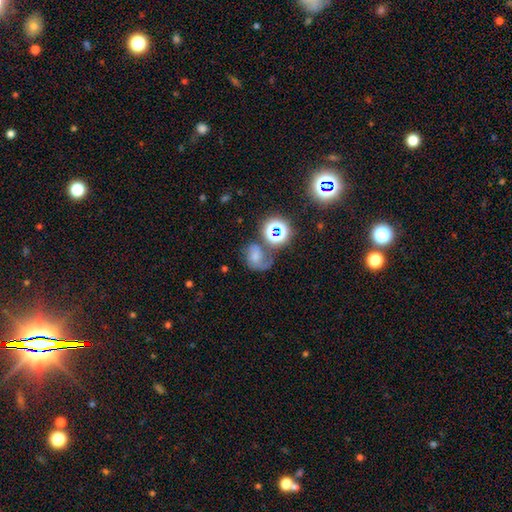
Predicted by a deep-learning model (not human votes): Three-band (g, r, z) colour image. It shows a featured or disk galaxy (41%). Merging: none (38%).